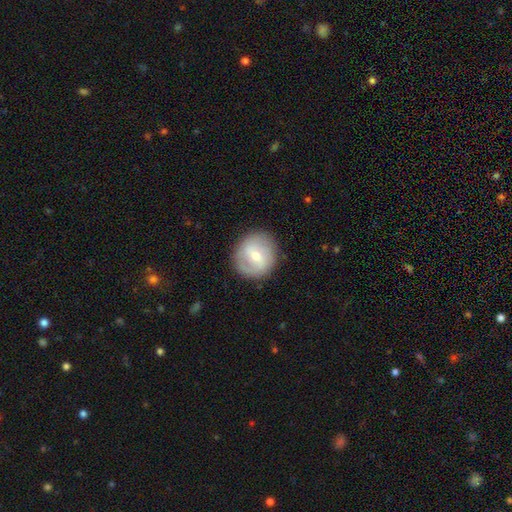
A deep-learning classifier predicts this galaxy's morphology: This is possibly a featured or disk galaxy (55%). It is clearly not viewed edge-on (96%). Bar: possibly weak (48%). Spiral arm pattern: likely yes (67%). Central bulge: possibly small (53%). Merging: clearly none (85%).